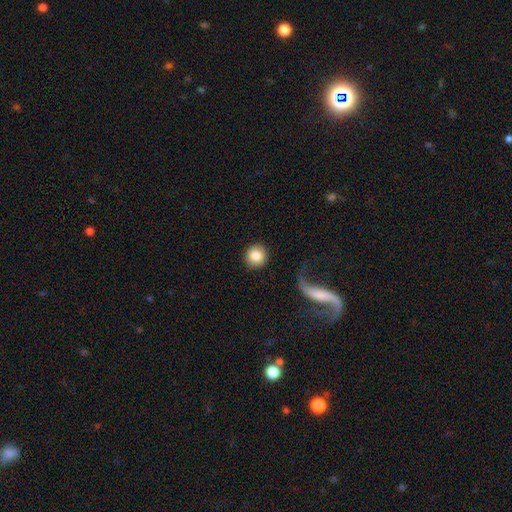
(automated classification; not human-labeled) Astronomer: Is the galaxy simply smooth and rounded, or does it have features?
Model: smooth — 86%.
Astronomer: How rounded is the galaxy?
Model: round — 91%.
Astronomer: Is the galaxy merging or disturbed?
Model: none — 88%.